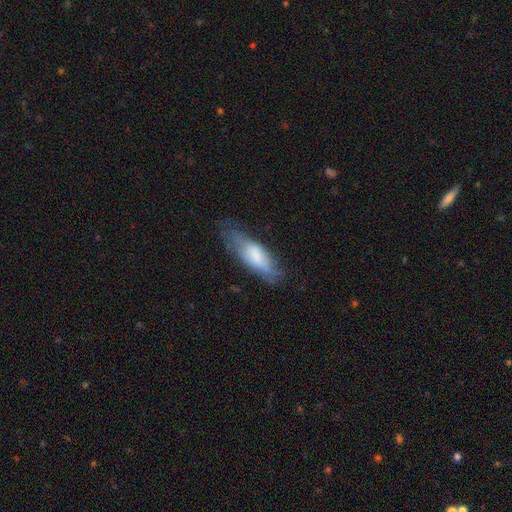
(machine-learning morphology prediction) smooth_or_featured: smooth (p=0.63) [alt: featured or disk p=0.30]
how_rounded: in between (p=0.58) [alt: cigar-shaped p=0.40]
merging: none (p=0.53) [alt: minor disturbance p=0.30]